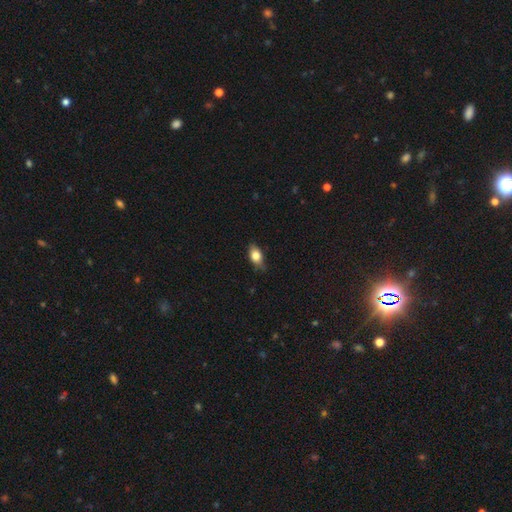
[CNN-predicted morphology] Smooth or featured?
  - smooth: 77% *
  - featured or disk: 15%
  - star or artifact: 8%
How rounded?
  - in between: 84% *
  - round: 10%
  - cigar-shaped: 6%
Merging?
  - none: 72% *
  - minor disturbance: 23%
  - major disturbance: 4%
  - merger: 1%